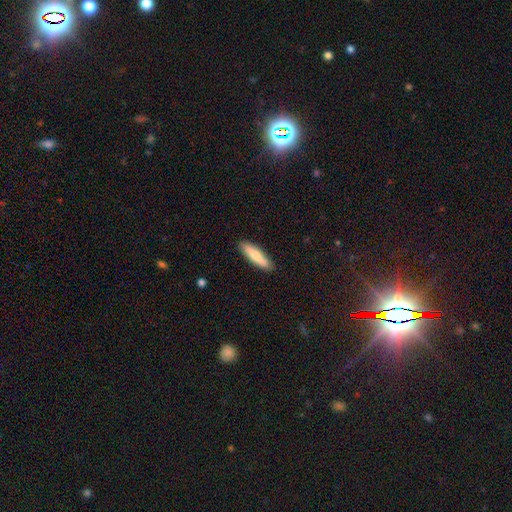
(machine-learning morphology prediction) smooth_or_featured: smooth (p=0.77) [alt: featured or disk p=0.18]
how_rounded: cigar-shaped (p=0.75) [alt: in between p=0.24]
merging: none (p=0.90) [alt: minor disturbance p=0.08]